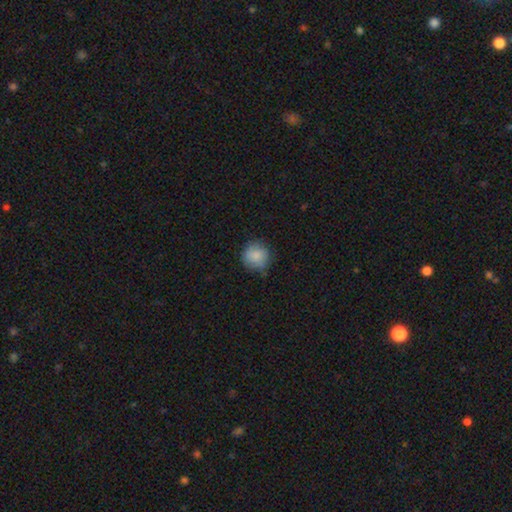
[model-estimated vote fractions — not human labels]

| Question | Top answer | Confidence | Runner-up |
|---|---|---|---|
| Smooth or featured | smooth | 85% | star or artifact (8%) |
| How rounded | round | 91% | in between (8%) |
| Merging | none | 78% | minor disturbance (17%) |